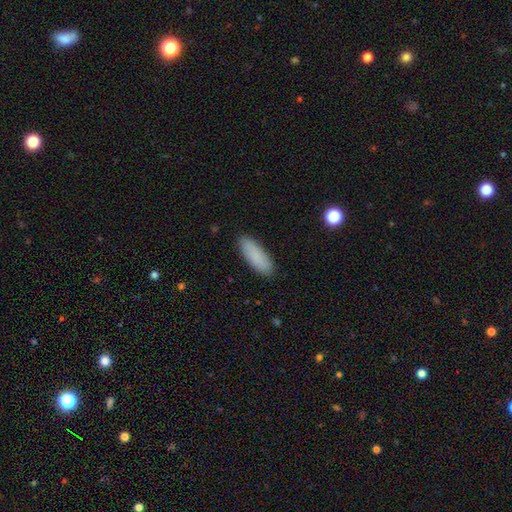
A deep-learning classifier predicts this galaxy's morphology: Smooth or featured? Predicted: smooth (p=0.87). How rounded? Predicted: in between (p=0.63). Merging? Predicted: none (p=0.88).